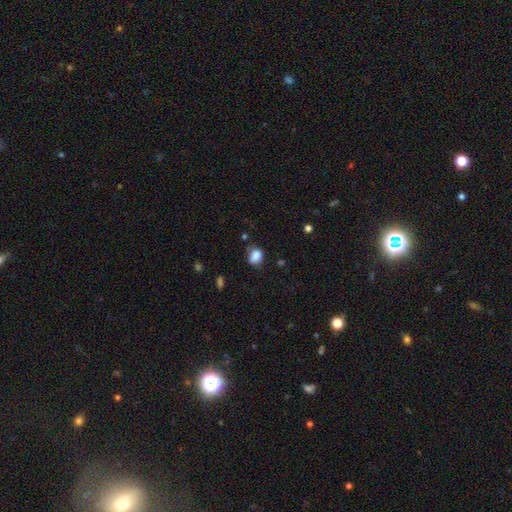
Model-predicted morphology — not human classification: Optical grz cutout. It shows a smooth galaxy with no disk features (85%) that is in between round and cigar-shaped (50%). Merging: none (60%).